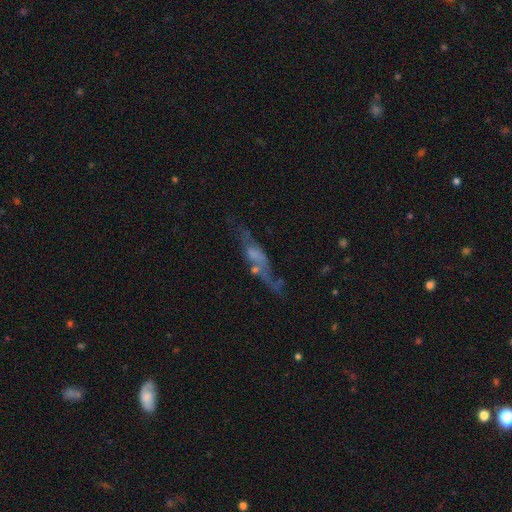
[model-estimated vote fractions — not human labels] This appears to be a featured or disk galaxy (59%). Merging: none (47%).